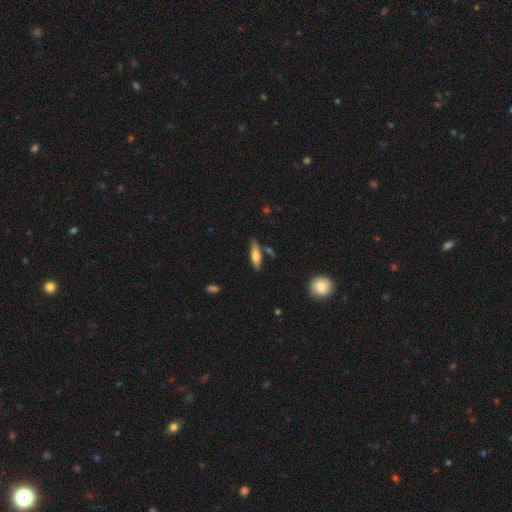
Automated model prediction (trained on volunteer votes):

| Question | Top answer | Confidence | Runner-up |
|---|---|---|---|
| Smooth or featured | smooth | 64% | featured or disk (29%) |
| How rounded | cigar-shaped | 65% | in between (32%) |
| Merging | none | 78% | minor disturbance (14%) |